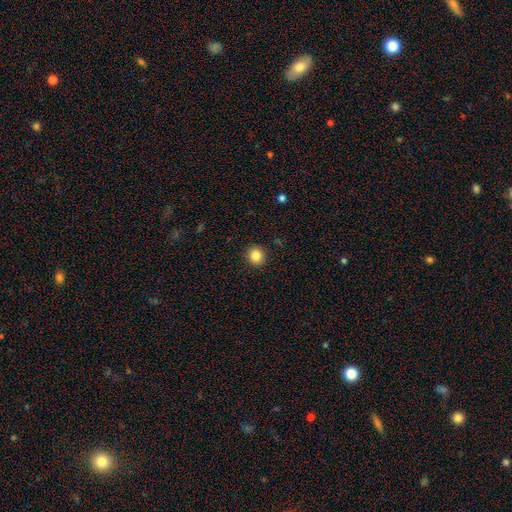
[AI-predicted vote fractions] This is clearly a smooth galaxy (84%). How rounded: clearly round (90%). Merging: clearly none (92%).